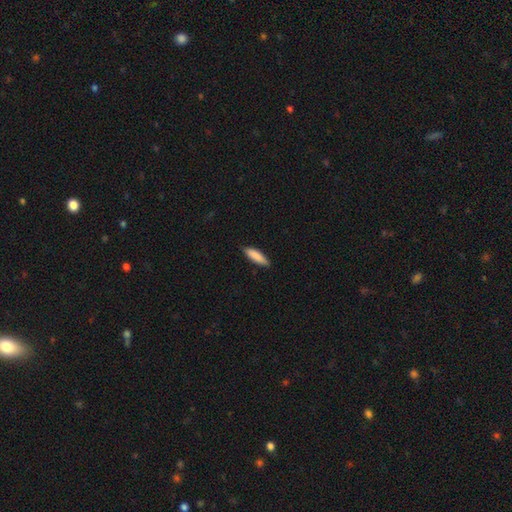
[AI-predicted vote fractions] smooth 86%, featured or disk 8%, star or artifact 6%. Down the decision tree: how rounded — cigar-shaped (63%); merging — none (84%).